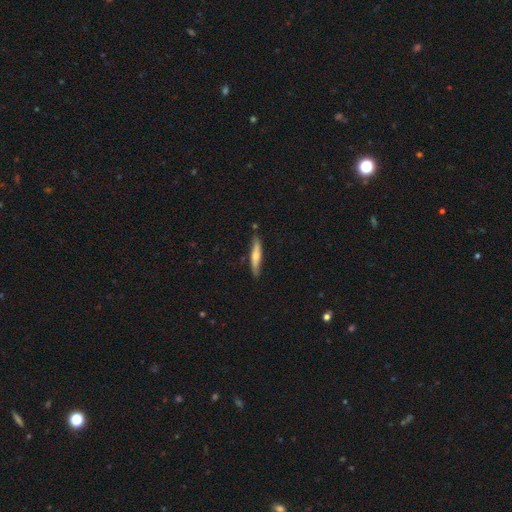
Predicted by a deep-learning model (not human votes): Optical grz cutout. It shows a smooth galaxy with no disk features (48%). Merging: none (82%).